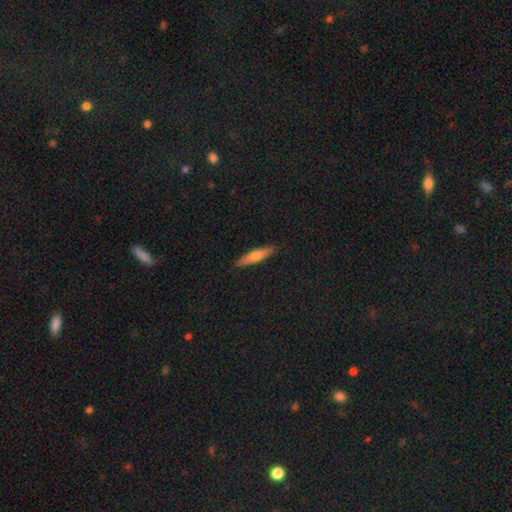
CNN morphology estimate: Overall: smooth (58%; featured or disk 36%). How rounded: cigar-shaped (82%). Merging: none (89%).